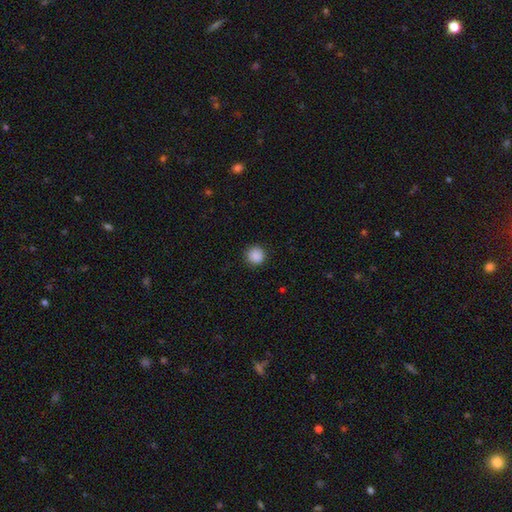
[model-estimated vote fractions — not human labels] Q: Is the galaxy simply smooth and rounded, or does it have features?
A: smooth — 89%.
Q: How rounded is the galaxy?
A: round — 95%.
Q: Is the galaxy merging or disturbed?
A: none — 91%.